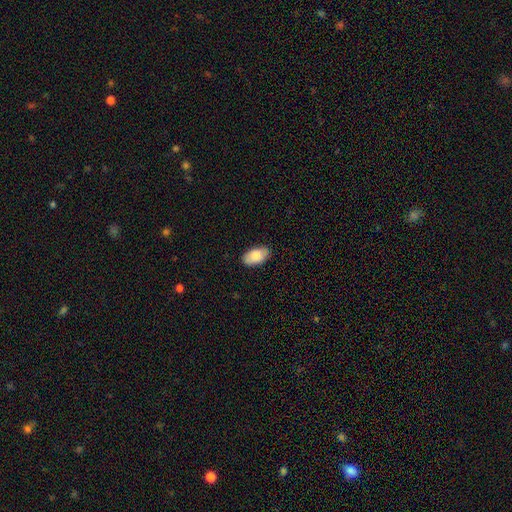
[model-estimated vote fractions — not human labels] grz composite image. It shows a smooth galaxy with no disk features (85%) that is in between round and cigar-shaped (95%). Merging: none (87%).